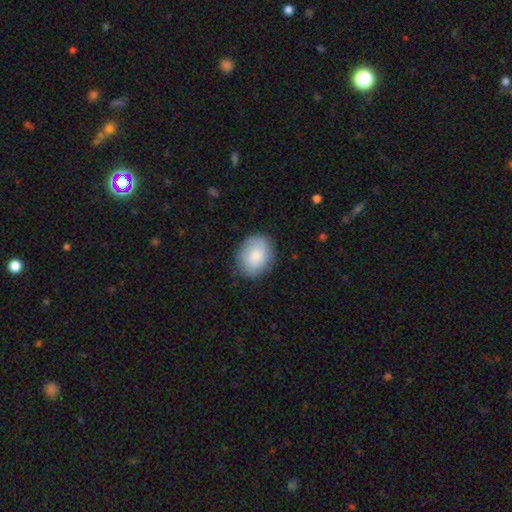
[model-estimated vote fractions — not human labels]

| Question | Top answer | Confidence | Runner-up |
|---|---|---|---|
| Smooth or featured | smooth | 76% | featured or disk (17%) |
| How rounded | round | 51% | in between (48%) |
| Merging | none | 82% | minor disturbance (13%) |